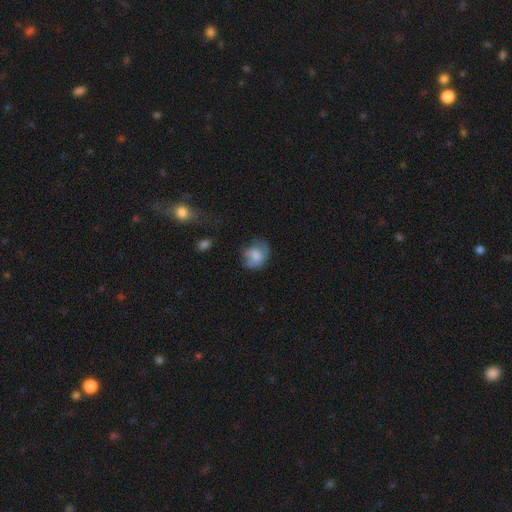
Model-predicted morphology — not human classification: smooth-or-featured: smooth: 63% | featured or disk: 29% | star or artifact: 8%
  how-rounded: round: 63% | in between: 36% | cigar-shaped: 1%
  merging: none: 50% | minor disturbance: 30% | major disturbance: 18% | merger: 2%